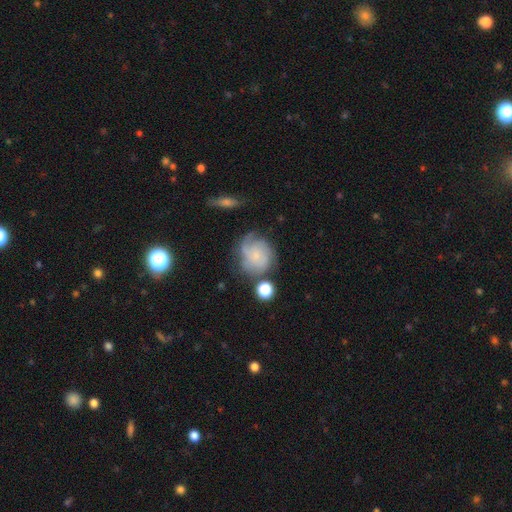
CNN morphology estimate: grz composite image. It shows a featured or disk galaxy (50%). Merging: none (52%).